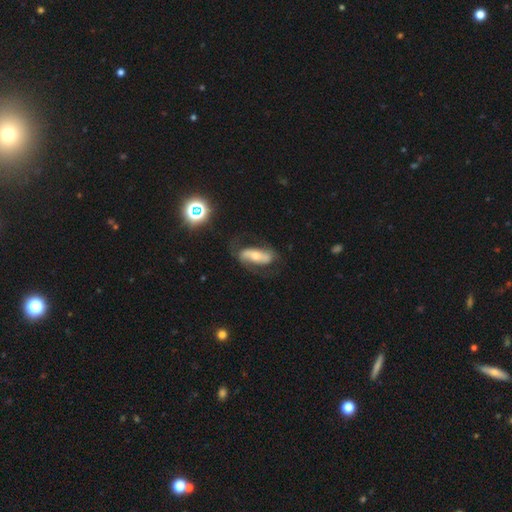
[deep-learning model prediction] featured or disk 60%, smooth 32%, star or artifact 8%. Down the decision tree: edge-on disk — no (82%); merging — none (64%).